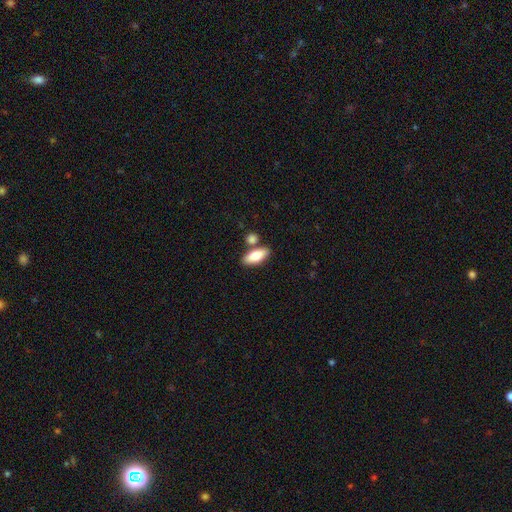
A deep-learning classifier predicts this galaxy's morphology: smooth_or_featured: smooth (p=0.78) [alt: featured or disk p=0.16]
how_rounded: in between (p=0.79) [alt: cigar-shaped p=0.18]
merging: none (p=0.70) [alt: merger p=0.17]